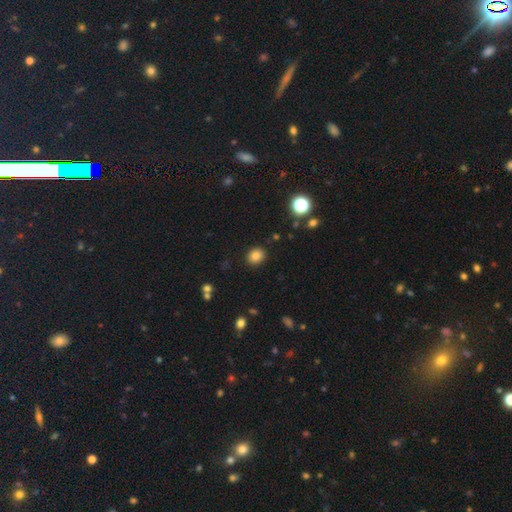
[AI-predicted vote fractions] Smooth or featured? smooth (83%)
How rounded? round (63%)
Merging? none (89%)